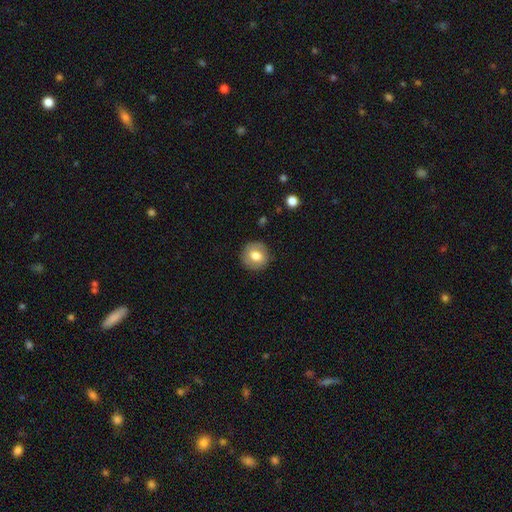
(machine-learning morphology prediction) A smooth galaxy with no disk features (71%) that is round (90%). Merging: none (86%).